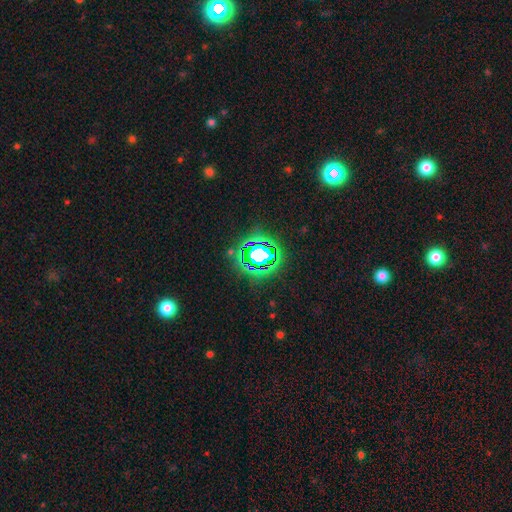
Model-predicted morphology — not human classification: A star or artifact, not a galaxy (77%).